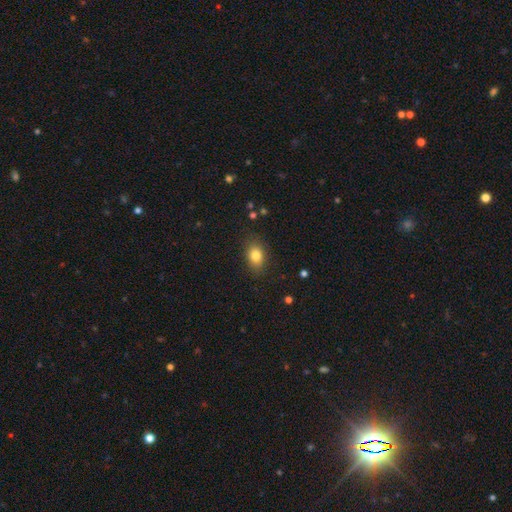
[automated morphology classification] Overall: smooth (82%). How rounded: in between (76%). Merging: none (84%).